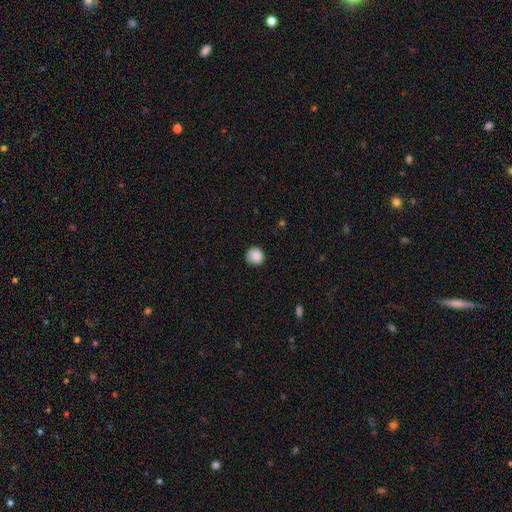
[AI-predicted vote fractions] Q: Smooth or featured?
A: smooth (86%); runner-up: star or artifact (8%)
Q: How rounded?
A: round (90%); runner-up: in between (9%)
Q: Merging?
A: none (81%); runner-up: minor disturbance (15%)